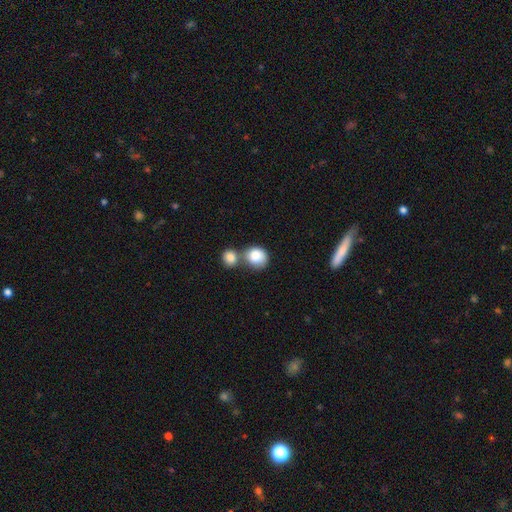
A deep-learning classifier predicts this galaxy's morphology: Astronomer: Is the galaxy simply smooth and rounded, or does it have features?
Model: smooth — 85%.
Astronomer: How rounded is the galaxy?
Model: round — 73%.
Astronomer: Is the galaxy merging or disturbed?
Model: merger — 53% (runner-up: none, 33%).